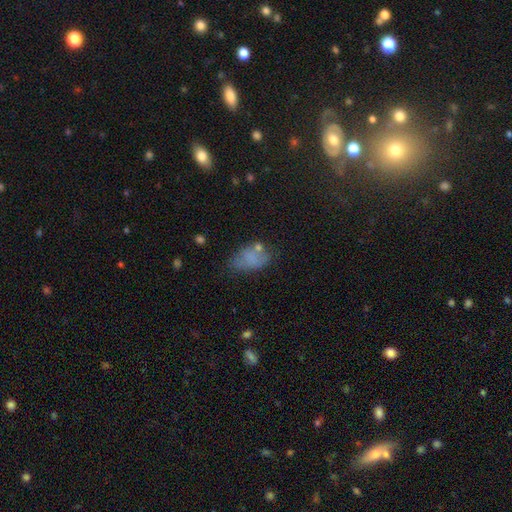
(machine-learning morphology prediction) Smooth or featured? smooth (67%)
How rounded? in between (89%)
Merging? none (48%)